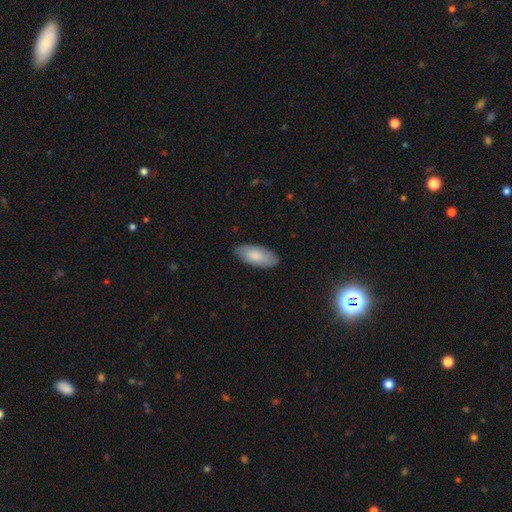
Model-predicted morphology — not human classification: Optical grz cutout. It shows a smooth galaxy with no disk features (82%) that is in between round and cigar-shaped (89%). Merging: none (86%).